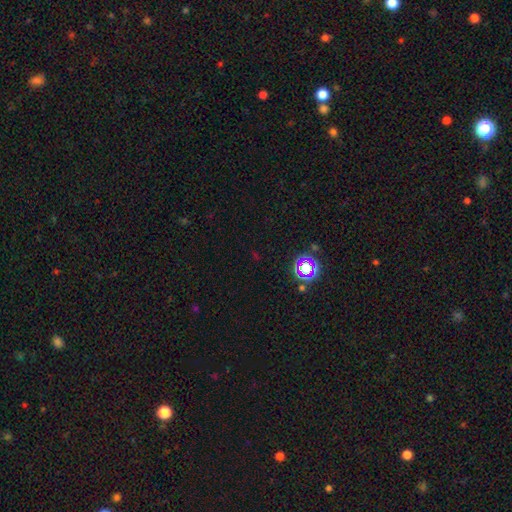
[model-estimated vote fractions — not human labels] Smooth or featured? star or artifact (71%)